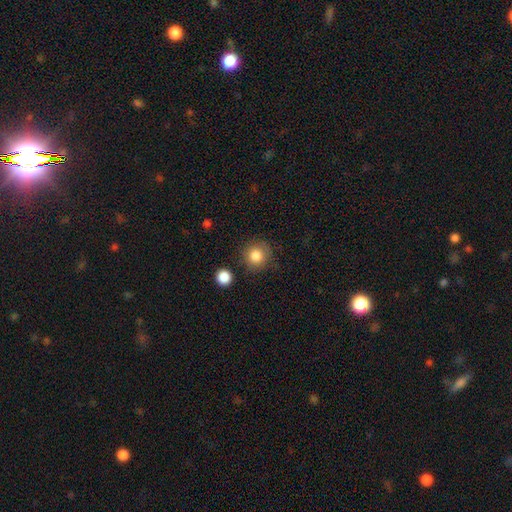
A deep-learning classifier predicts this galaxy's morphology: A smooth galaxy with no disk features (83%) that is round (91%).

Vote fractions:
- Smooth or featured? smooth: 83% / star or artifact: 10% / featured or disk: 7%
- How rounded? round: 91% / in between: 8% / cigar-shaped: 1%
- Merging? none: 81% / minor disturbance: 12% / major disturbance: 4% / merger: 3%